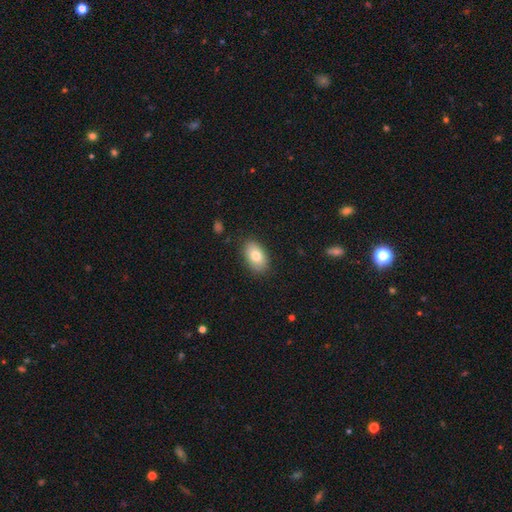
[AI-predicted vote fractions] Overall: smooth (76%). How rounded: in between (90%). Merging: none (85%).